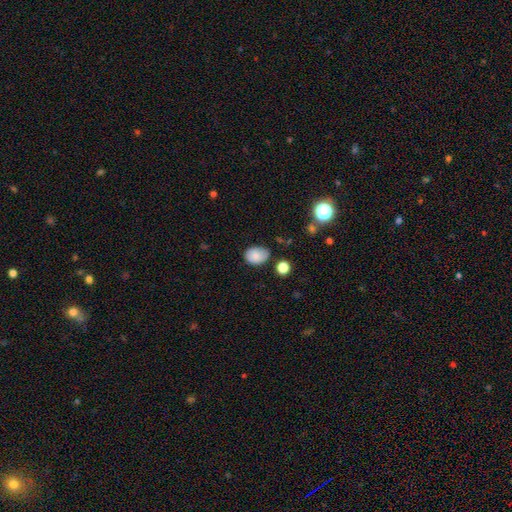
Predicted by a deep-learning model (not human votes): A smooth galaxy with no disk features (82%) that is in between round and cigar-shaped (74%).

Vote fractions:
- Smooth or featured? smooth: 82% / featured or disk: 9% / star or artifact: 9%
- How rounded? in between: 74% / round: 25% / cigar-shaped: 1%
- Merging? none: 66% / minor disturbance: 26% / major disturbance: 5% / merger: 3%